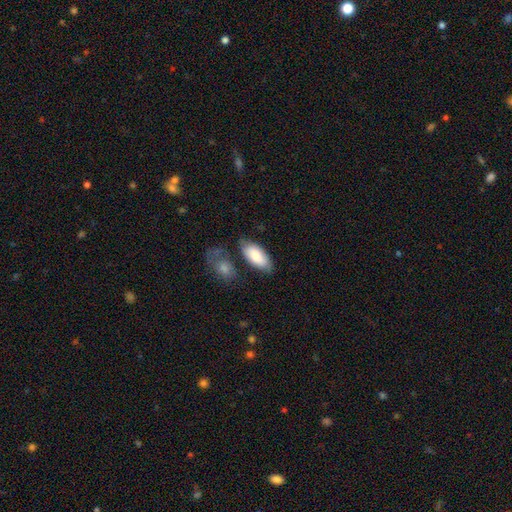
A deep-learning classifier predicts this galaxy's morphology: A smooth galaxy with no disk features (77%) that is in between round and cigar-shaped (90%).

Vote fractions:
- Smooth or featured? smooth: 77% / featured or disk: 17% / star or artifact: 6%
- How rounded? in between: 90% / cigar-shaped: 7% / round: 2%
- Merging? none: 67% / minor disturbance: 18% / merger: 10% / major disturbance: 5%